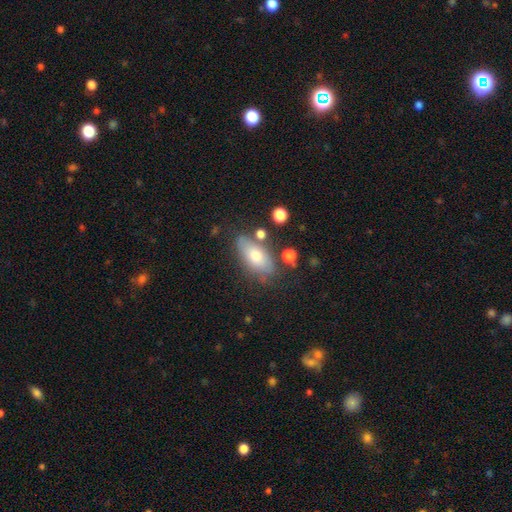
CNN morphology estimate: This appears to be a smooth galaxy with no disk features (67%) that is in between round and cigar-shaped (85%). Merging: none (69%).